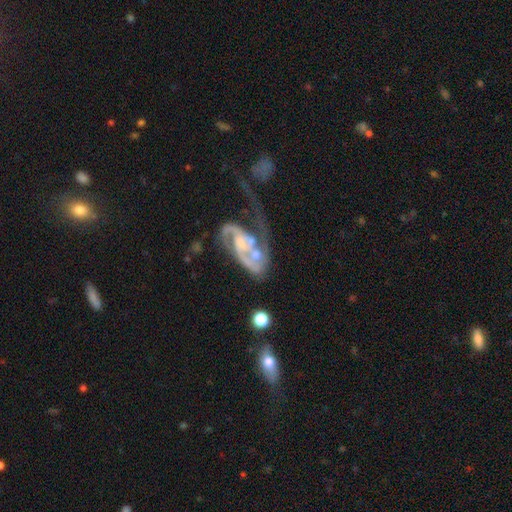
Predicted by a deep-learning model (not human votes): Smooth or featured: featured or disk — 84% (smooth — 10%)
Edge-on disk: no — 97% (yes — 3%)
Bar: no — 58% (weak — 32%)
Spiral arms: yes — 91% (no — 9%)
Spiral winding: medium — 44% (tight — 29%)
Spiral arm count: 2 — 61% (1 — 17%)
Bulge size: small — 45% (moderate — 32%)
Merging: major disturbance — 37% (merger — 30%)